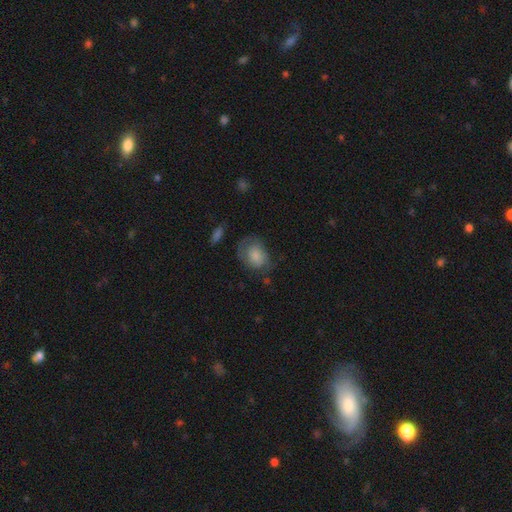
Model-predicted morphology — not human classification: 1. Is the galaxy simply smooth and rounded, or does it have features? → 70% smooth, 22% featured or disk, 8% star or artifact.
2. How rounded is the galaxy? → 62% in between, 37% round, 1% cigar-shaped.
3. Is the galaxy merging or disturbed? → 47% none, 31% minor disturbance, 20% major disturbance, 2% merger.